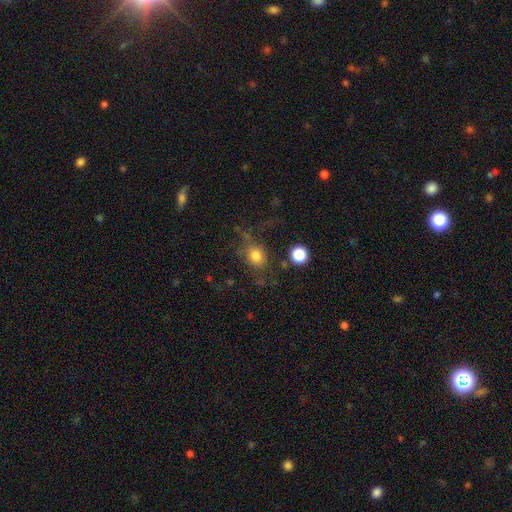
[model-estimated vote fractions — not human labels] This is likely a smooth galaxy (74%). How rounded: possibly round (59%). Merging: possibly none (58%).